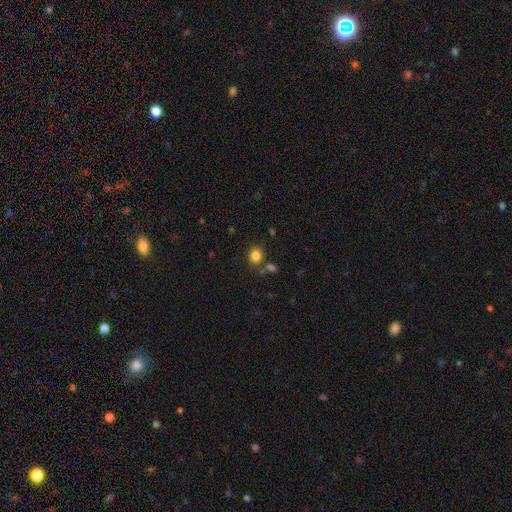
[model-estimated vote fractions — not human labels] Overall: smooth (83%). How rounded: round (62%; in between 38%). Merging: none (75%).